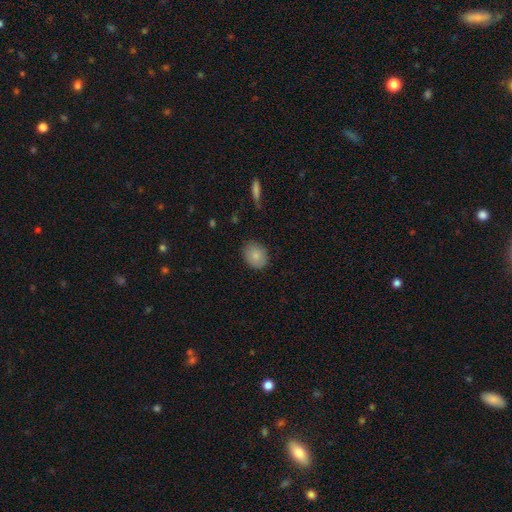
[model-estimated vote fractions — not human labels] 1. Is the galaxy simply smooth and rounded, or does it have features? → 85% smooth, 8% featured or disk, 8% star or artifact.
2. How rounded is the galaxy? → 57% round, 42% in between, 1% cigar-shaped.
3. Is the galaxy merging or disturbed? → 83% none, 13% minor disturbance, 3% major disturbance, 1% merger.